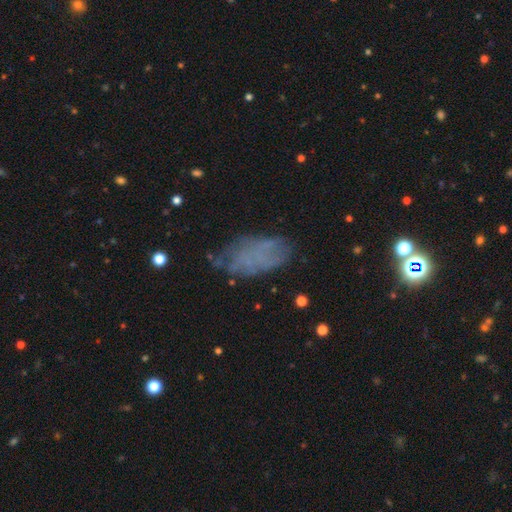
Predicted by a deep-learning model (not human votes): The model was most divided on "smooth or featured": smooth: 48%, featured or disk: 36%, star or artifact: 16%. More confident: merging — none (58%).